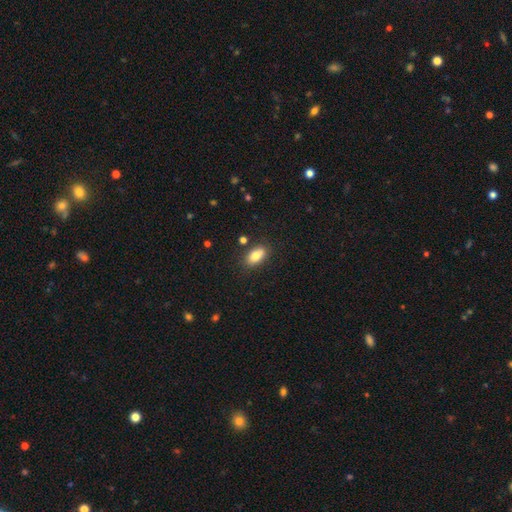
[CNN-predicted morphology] Overall: smooth (81%). How rounded: in between (89%). Merging: none (79%).